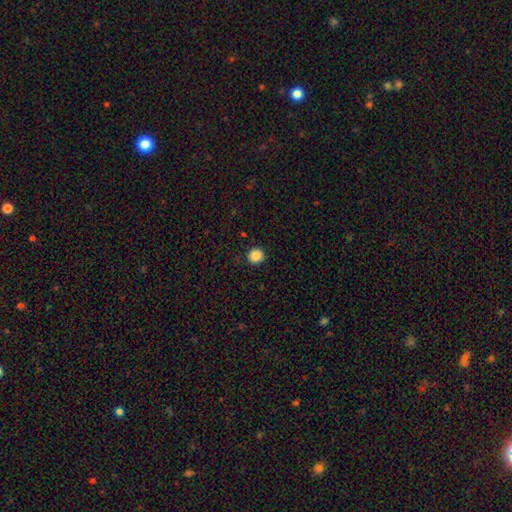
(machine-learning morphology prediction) This appears to be a smooth galaxy with no disk features (87%) that is round (93%). Merging: none (91%).